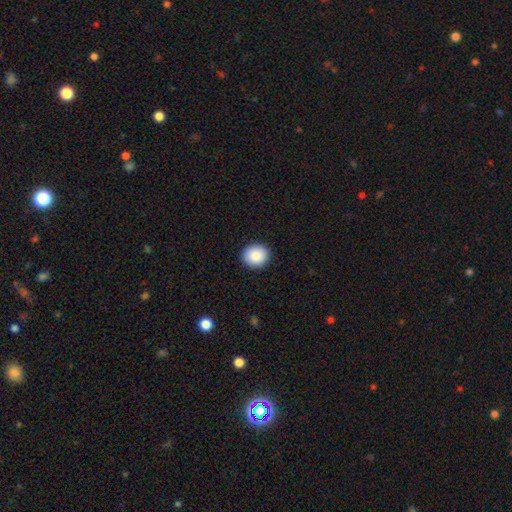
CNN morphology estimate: smooth_or_featured: smooth (p=0.89) [alt: star or artifact p=0.07]
how_rounded: round (p=0.73) [alt: in between p=0.26]
merging: none (p=0.91) [alt: minor disturbance p=0.06]